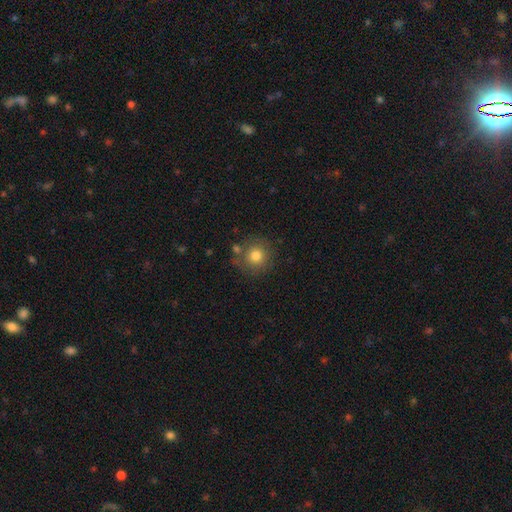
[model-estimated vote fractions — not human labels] smooth_or_featured: smooth (p=0.78) [alt: featured or disk p=0.11]
how_rounded: round (p=0.93) [alt: in between p=0.06]
merging: none (p=0.76) [alt: minor disturbance p=0.12]